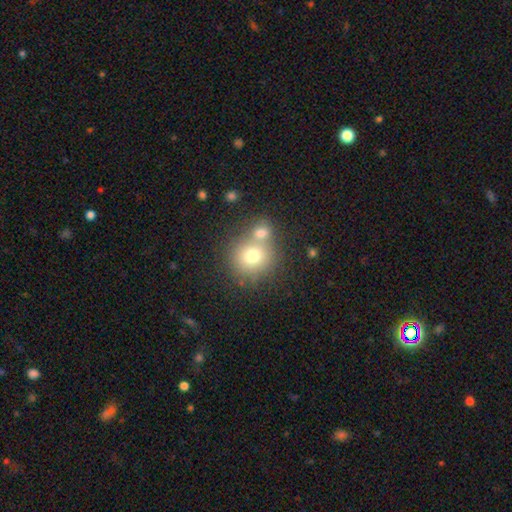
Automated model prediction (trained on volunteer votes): smooth 72%, featured or disk 14%, star or artifact 14%. Down the decision tree: how rounded — round (86%); merging — none (50%).